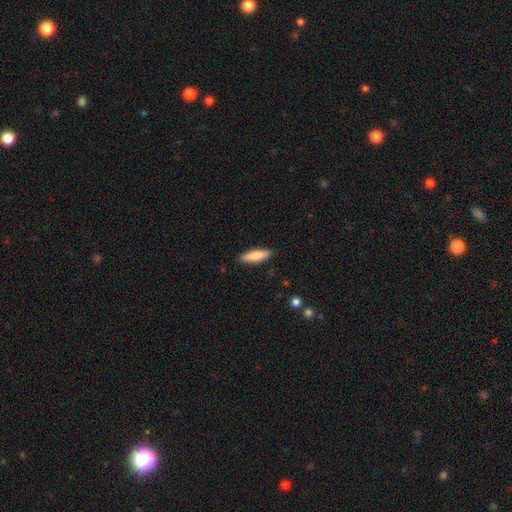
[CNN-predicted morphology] type=smooth (78%); roundness=cigar-shaped (59%); merging=none (89%).